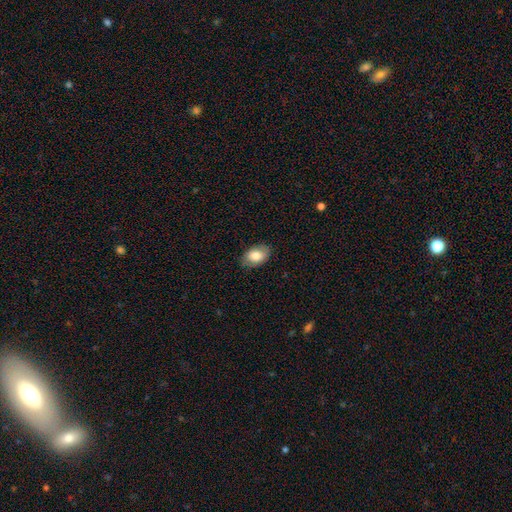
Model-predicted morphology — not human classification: A smooth galaxy with no disk features (81%) that is in between round and cigar-shaped (89%). Merging: none (84%).